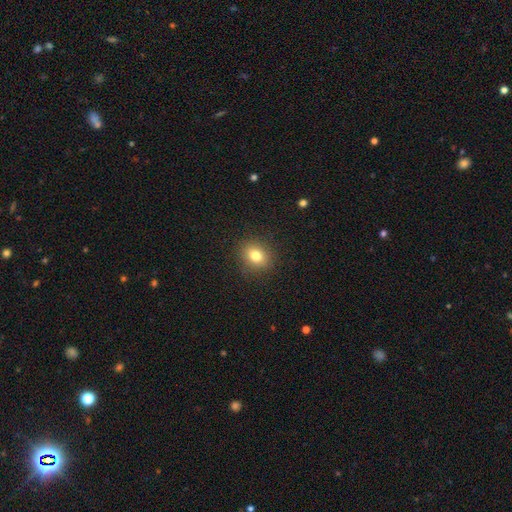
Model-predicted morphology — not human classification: A smooth galaxy with no disk features (79%) that is round (63%). Merging: none (89%).